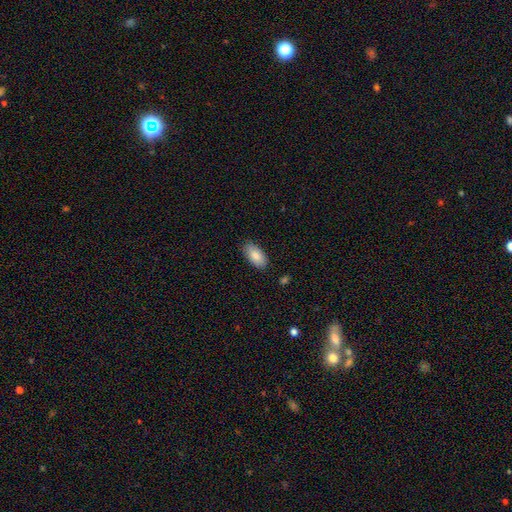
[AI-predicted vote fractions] A smooth galaxy with no disk features (84%) that is in between round and cigar-shaped (94%).

Vote fractions:
- Smooth or featured? smooth: 84% / featured or disk: 10% / star or artifact: 6%
- How rounded? in between: 94% / cigar-shaped: 4% / round: 2%
- Merging? none: 85% / minor disturbance: 11% / major disturbance: 2% / merger: 1%